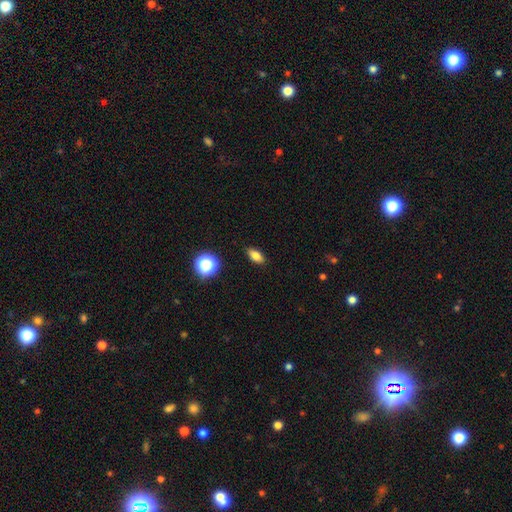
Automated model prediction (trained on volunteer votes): Smooth or featured?
  - smooth: 78% *
  - star or artifact: 12%
  - featured or disk: 10%
How rounded?
  - in between: 81% *
  - cigar-shaped: 10%
  - round: 9%
Merging?
  - none: 88% *
  - minor disturbance: 8%
  - major disturbance: 2%
  - merger: 1%